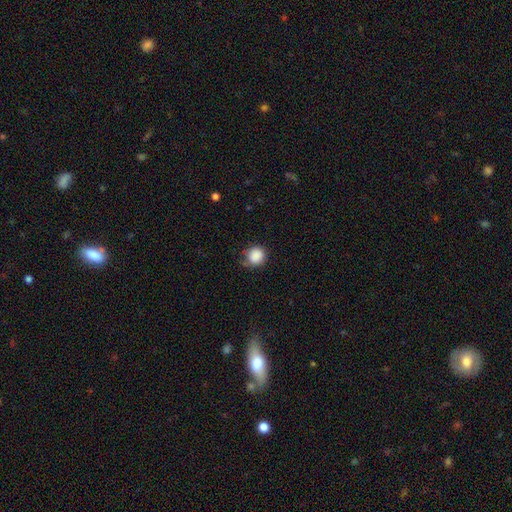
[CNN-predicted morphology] smooth_or_featured: smooth (p=0.87) [alt: star or artifact p=0.09]
how_rounded: round (p=0.89) [alt: in between p=0.10]
merging: none (p=0.68) [alt: minor disturbance p=0.23]